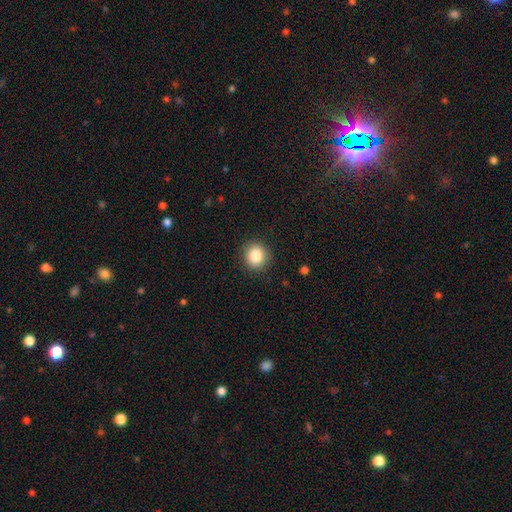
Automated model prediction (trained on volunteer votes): smooth 86%, star or artifact 9%, featured or disk 5%. Down the decision tree: how rounded — round (86%); merging — none (90%).